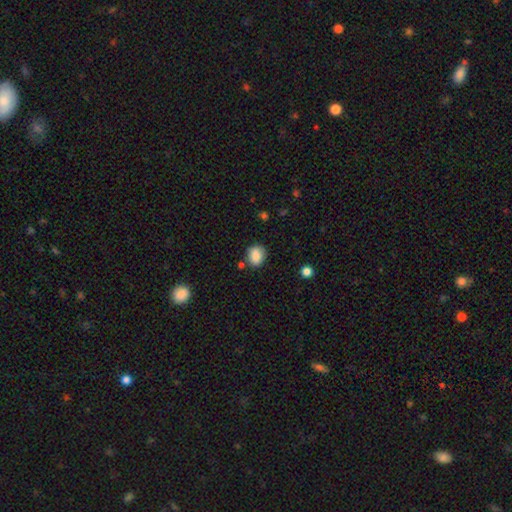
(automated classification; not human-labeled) The model was most divided on "how rounded": round: 54%, in between: 45%, cigar-shaped: 1%. More confident: smooth or featured — smooth (84%); merging — none (76%).